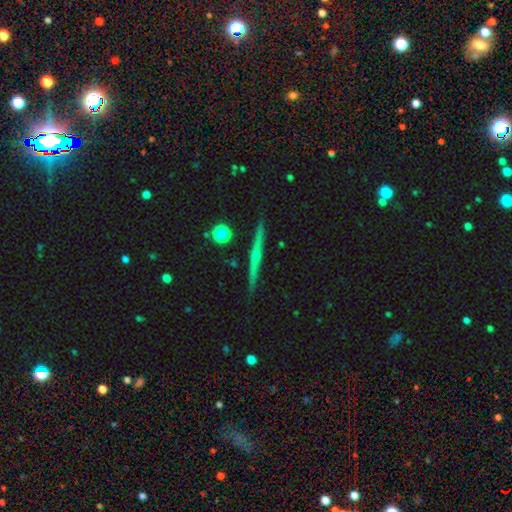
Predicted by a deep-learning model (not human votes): Smooth or featured? Predicted: featured or disk (p=0.76). Edge-on disk? Predicted: yes (p=0.98). Edge-on bulge? Predicted: rounded (p=0.78). Merging? Predicted: none (p=0.91).